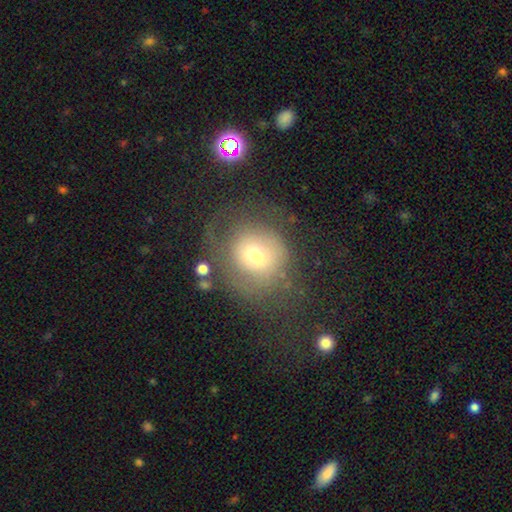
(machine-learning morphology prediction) This is possibly a smooth galaxy (56%). How rounded: clearly round (81%). Merging: possibly none (48%).